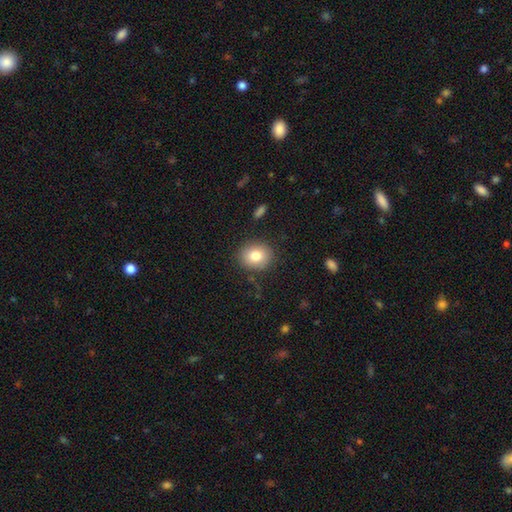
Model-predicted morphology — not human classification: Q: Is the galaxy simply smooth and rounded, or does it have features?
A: smooth — 80%.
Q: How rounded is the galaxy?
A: round — 66%.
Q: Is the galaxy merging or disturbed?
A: none — 86%.